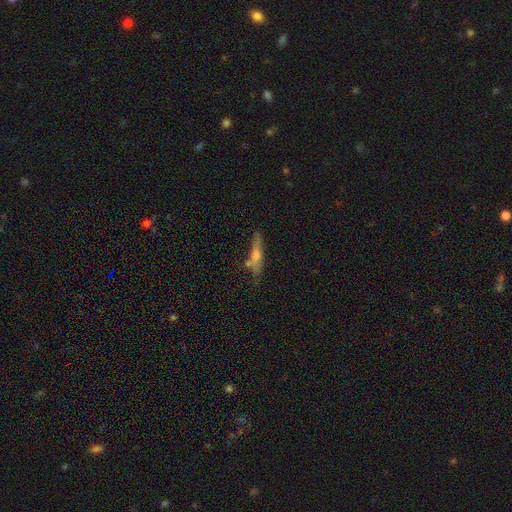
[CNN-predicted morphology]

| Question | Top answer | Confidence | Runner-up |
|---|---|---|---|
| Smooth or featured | featured or disk | 56% | smooth (35%) |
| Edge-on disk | yes | 88% | no (12%) |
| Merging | none | 62% | minor disturbance (21%) |